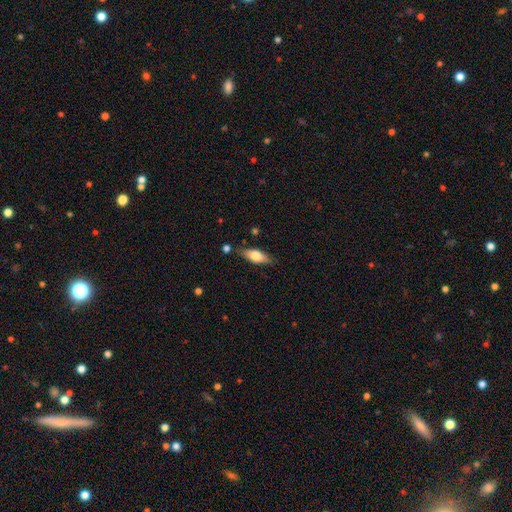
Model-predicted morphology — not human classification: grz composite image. It shows a smooth galaxy with no disk features (68%) that is in between round and cigar-shaped (70%). Merging: none (80%).